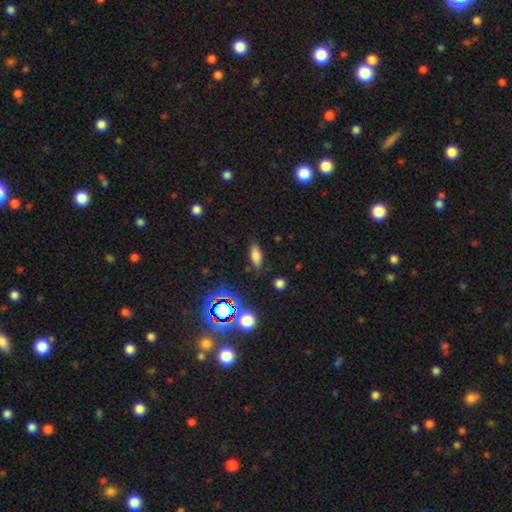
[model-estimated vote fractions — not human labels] Q: Smooth or featured?
A: smooth (73%); runner-up: star or artifact (17%)
Q: How rounded?
A: in between (77%); runner-up: cigar-shaped (18%)
Q: Merging?
A: none (83%); runner-up: minor disturbance (12%)